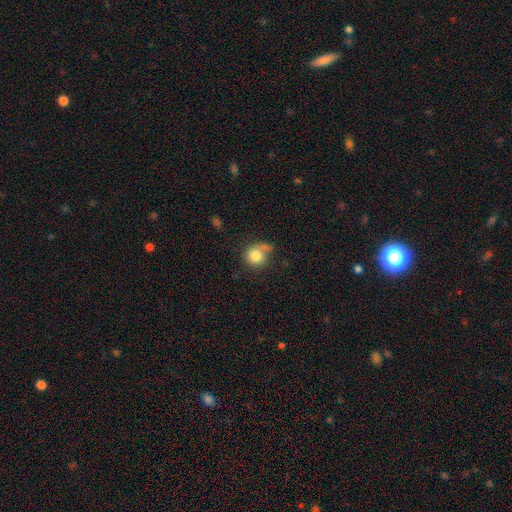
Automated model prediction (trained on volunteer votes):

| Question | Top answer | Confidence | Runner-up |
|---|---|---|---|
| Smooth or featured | smooth | 80% | featured or disk (11%) |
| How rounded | round | 84% | in between (15%) |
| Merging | none | 51% | minor disturbance (24%) |